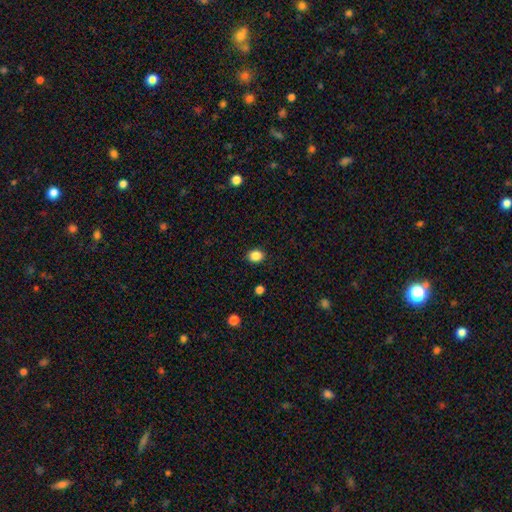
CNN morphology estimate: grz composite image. It shows a smooth galaxy with no disk features (86%) that is round (51%). Merging: none (90%).